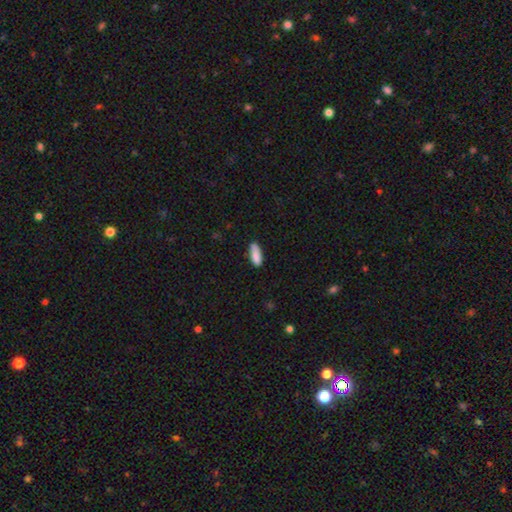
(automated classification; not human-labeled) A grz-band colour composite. It shows a smooth galaxy with no disk features (85%) that is in between round and cigar-shaped (66%). Merging: none (71%).